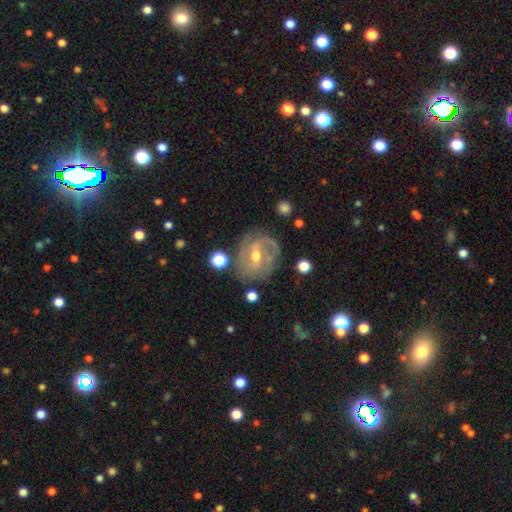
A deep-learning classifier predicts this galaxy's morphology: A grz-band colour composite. It shows a featured or disk galaxy (80%) with a weak bar (48%), 2 (51%) tight (41%) spiral arms (89%) and a moderate central bulge (58%). Merging: none (71%).